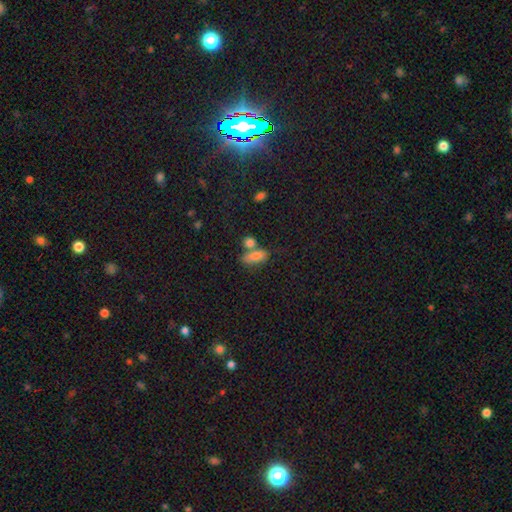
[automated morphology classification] This appears to be a smooth galaxy with no disk features (79%) that is in between round and cigar-shaped (82%). Merging: none (44%).